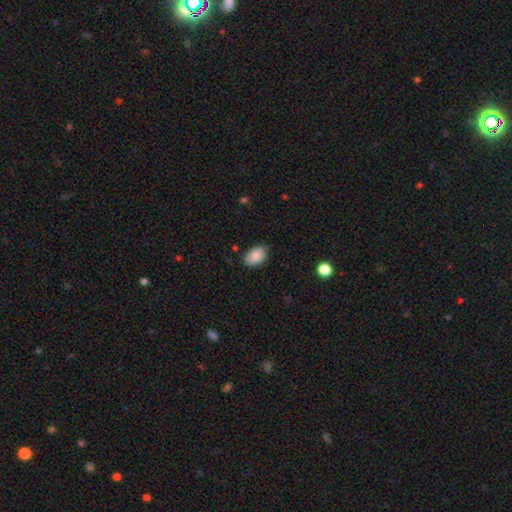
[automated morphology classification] The model was most divided on "merging": none: 80%, minor disturbance: 16%, major disturbance: 3%, merger: 1%. More confident: how rounded — in between (89%); smooth or featured — smooth (85%).